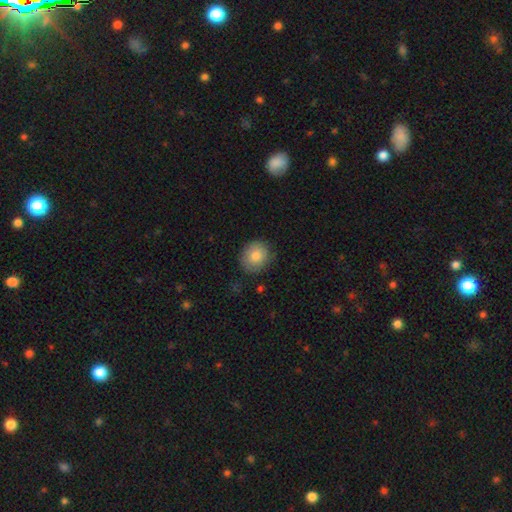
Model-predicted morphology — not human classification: The model was most divided on "how rounded": round: 78%, in between: 21%, cigar-shaped: 1%. More confident: merging — none (83%); smooth or featured — smooth (82%).